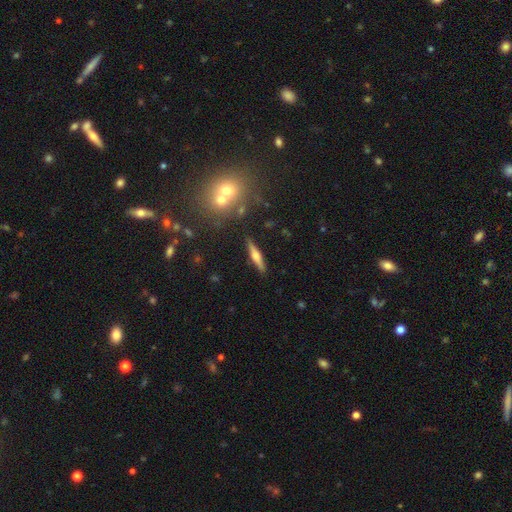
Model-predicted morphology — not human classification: Smooth or featured: featured or disk — 58% (smooth — 36%)
Edge-on disk: yes — 96% (no — 4%)
Edge-on bulge: rounded — 86% (boxy — 9%)
Merging: none — 87% (minor disturbance — 8%)